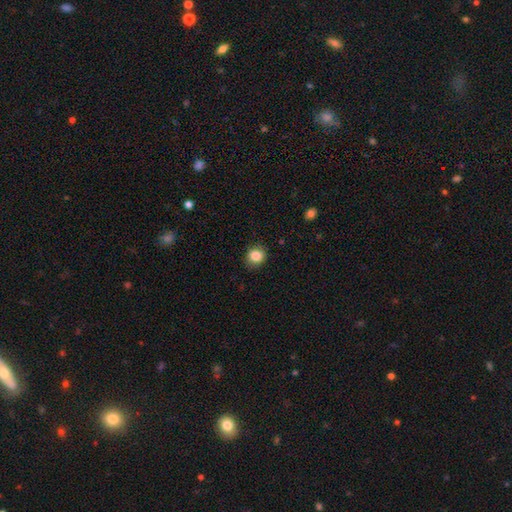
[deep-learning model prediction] Overall: smooth (85%). How rounded: round (79%). Merging: none (86%).